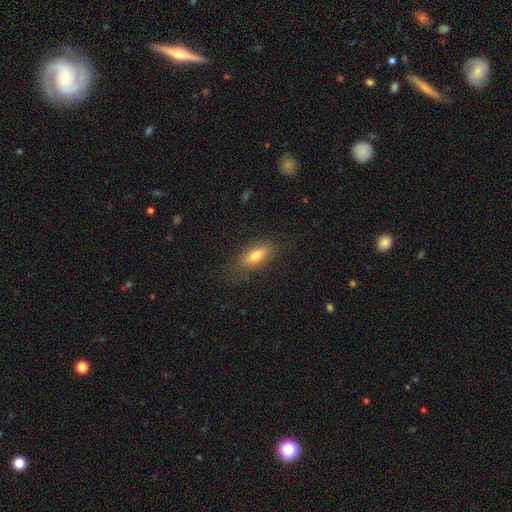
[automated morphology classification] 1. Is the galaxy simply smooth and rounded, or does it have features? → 75% smooth, 17% featured or disk, 8% star or artifact.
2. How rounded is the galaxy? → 77% in between, 19% cigar-shaped, 4% round.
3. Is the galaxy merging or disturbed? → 77% none, 16% minor disturbance, 5% major disturbance, 1% merger.